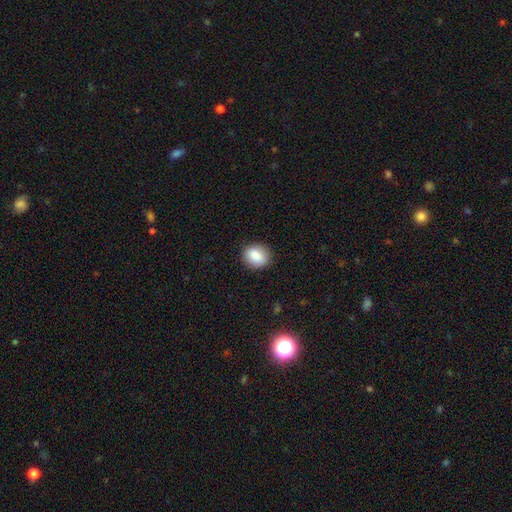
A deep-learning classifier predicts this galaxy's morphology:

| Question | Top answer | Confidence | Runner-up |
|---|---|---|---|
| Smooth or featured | smooth | 87% | star or artifact (8%) |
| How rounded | round | 59% | in between (40%) |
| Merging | none | 86% | minor disturbance (11%) |